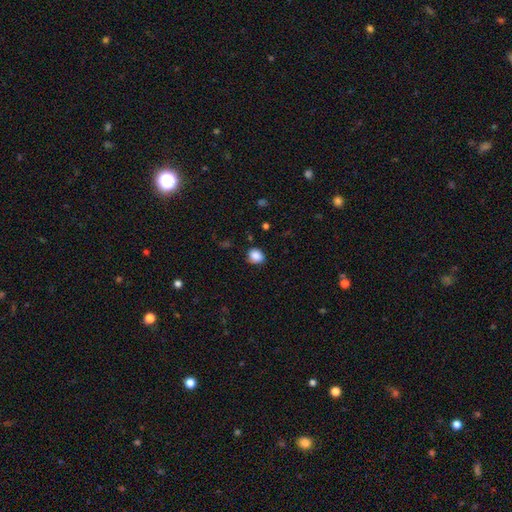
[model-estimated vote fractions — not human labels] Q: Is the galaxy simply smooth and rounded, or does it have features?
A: smooth — 88%.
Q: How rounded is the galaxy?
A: round — 62%.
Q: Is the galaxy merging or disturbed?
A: none — 84%.